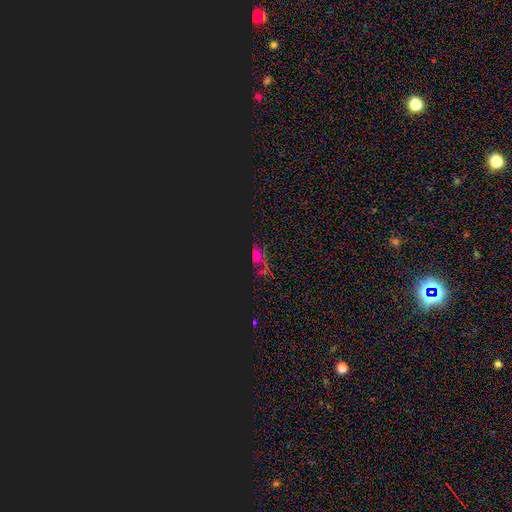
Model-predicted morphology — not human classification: Overall: star or artifact (69%).